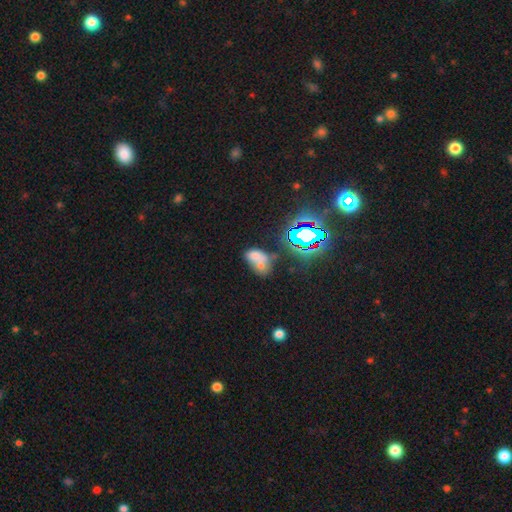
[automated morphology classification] smooth-or-featured: smooth: 55% | featured or disk: 24% | star or artifact: 21%
  how-rounded: in between: 80% | round: 18% | cigar-shaped: 2%
  merging: merger: 55% | none: 23% | minor disturbance: 12% | major disturbance: 10%